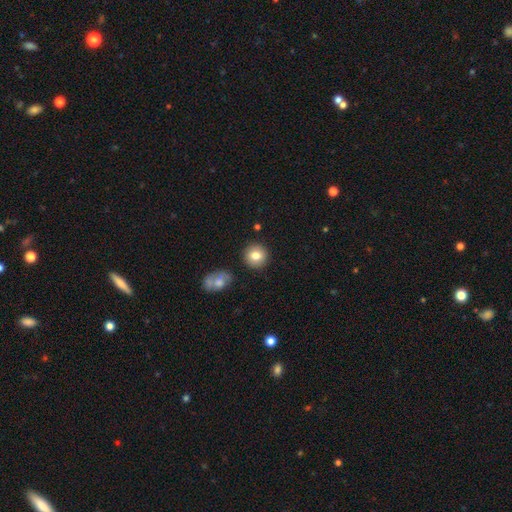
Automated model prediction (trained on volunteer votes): Morphology: type=smooth (81%); roundness=round (92%); merging=none (88%).